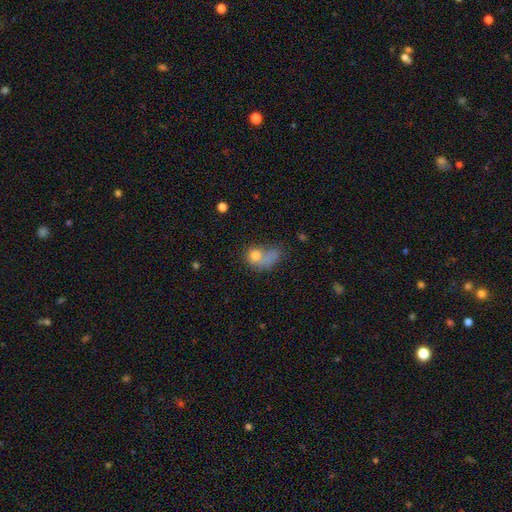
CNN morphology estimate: Q: Smooth or featured?
A: smooth (71%); runner-up: featured or disk (18%)
Q: How rounded?
A: in between (55%); runner-up: round (43%)
Q: Merging?
A: major disturbance (37%); runner-up: merger (28%)